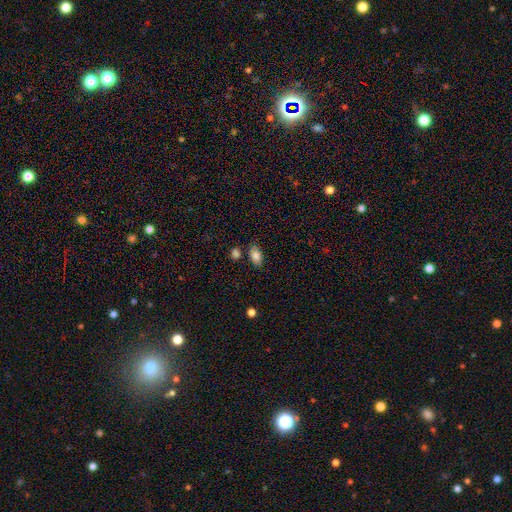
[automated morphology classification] Smooth or featured? Predicted: smooth (p=0.85). How rounded? Predicted: in between (p=0.90). Merging? Predicted: none (p=0.76).